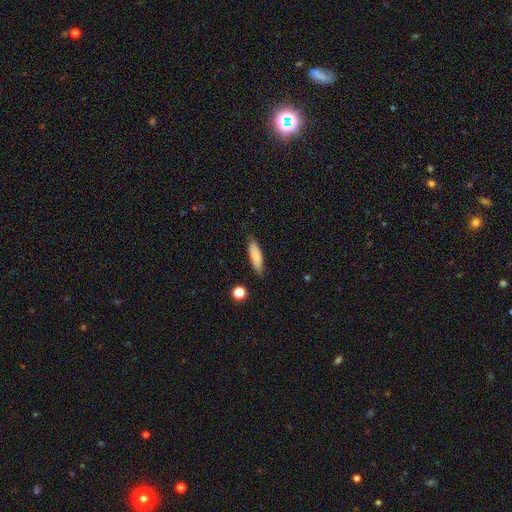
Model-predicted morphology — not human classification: This appears to be a smooth galaxy with no disk features (81%) that is cigar-shaped (53%). Merging: none (81%).